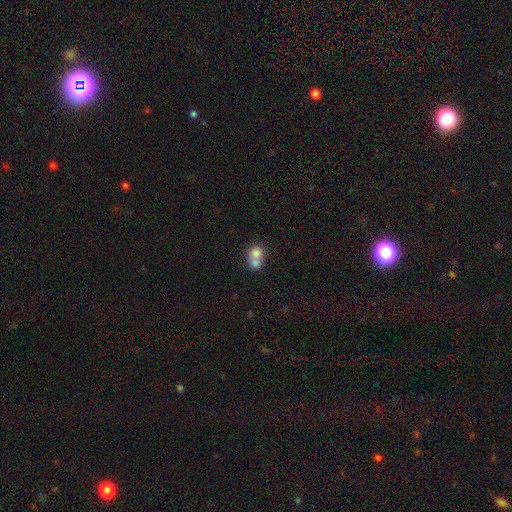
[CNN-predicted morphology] Smooth or featured? Predicted: smooth (p=0.74). How rounded? Predicted: round (p=0.63). Merging? Predicted: merger (p=0.68).